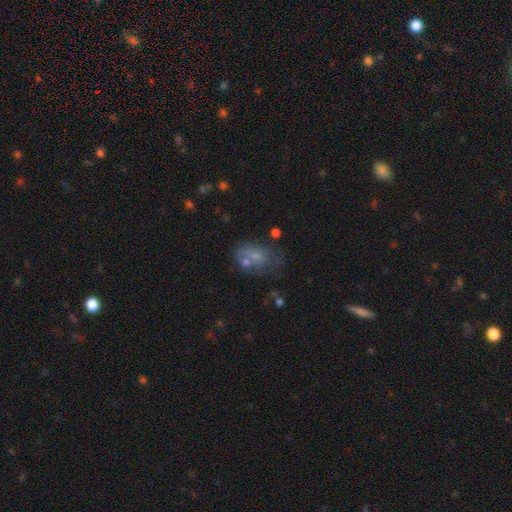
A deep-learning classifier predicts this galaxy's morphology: type=smooth (57%); roundness=in between (79%); merging=none (37%).